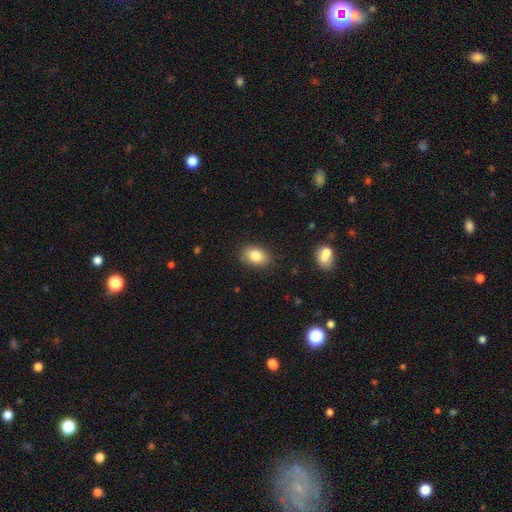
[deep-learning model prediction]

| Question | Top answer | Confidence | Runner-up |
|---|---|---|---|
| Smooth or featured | smooth | 83% | star or artifact (9%) |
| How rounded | in between | 76% | round (23%) |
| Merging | none | 85% | minor disturbance (11%) |